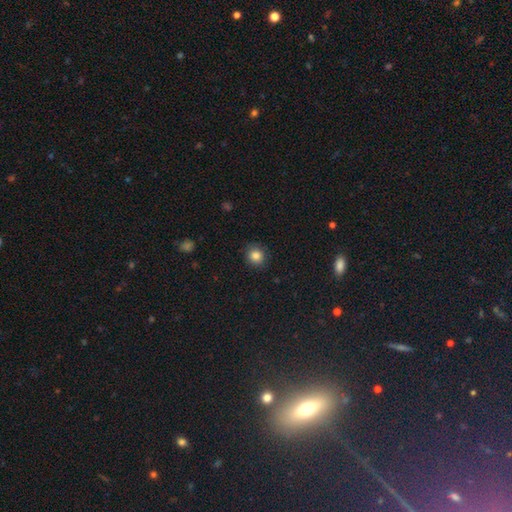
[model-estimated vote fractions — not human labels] Smooth or featured?
  - smooth: 84% *
  - star or artifact: 11%
  - featured or disk: 5%
How rounded?
  - round: 88% *
  - in between: 11%
  - cigar-shaped: 1%
Merging?
  - none: 87% *
  - minor disturbance: 9%
  - major disturbance: 3%
  - merger: 1%